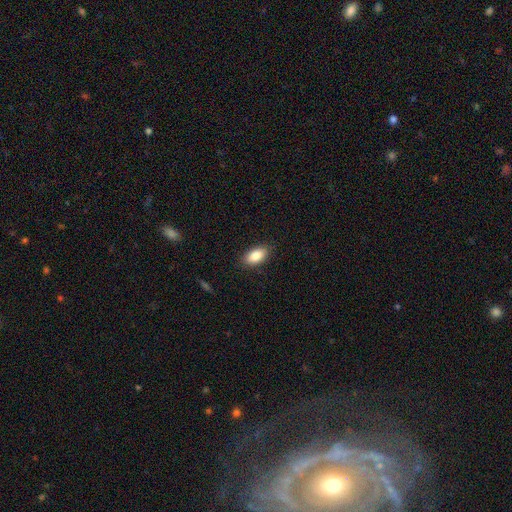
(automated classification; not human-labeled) Overall: smooth (88%). How rounded: in between (93%). Merging: none (87%).